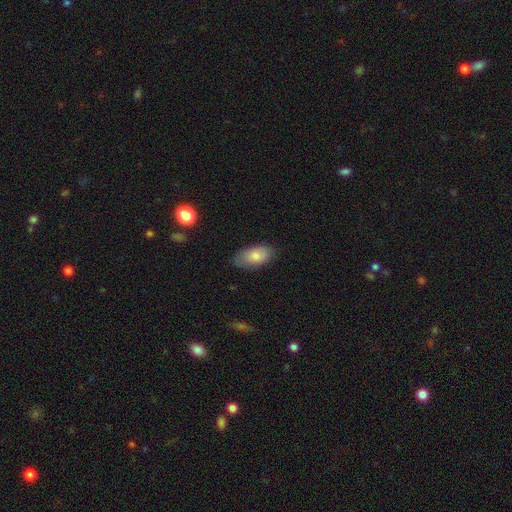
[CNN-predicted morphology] Smooth or featured? smooth (79%)
How rounded? in between (92%)
Merging? none (77%)